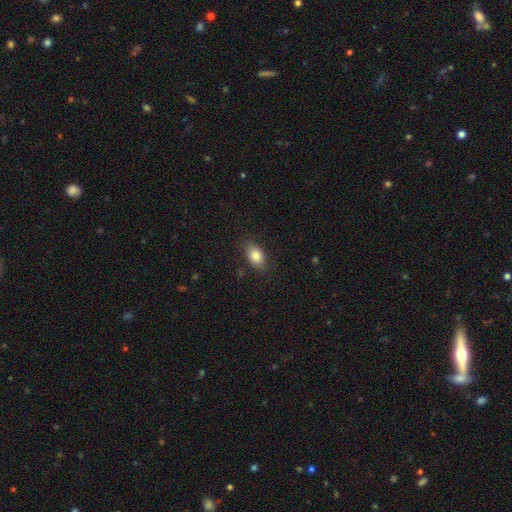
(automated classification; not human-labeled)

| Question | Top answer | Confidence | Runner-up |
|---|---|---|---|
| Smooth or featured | smooth | 82% | featured or disk (10%) |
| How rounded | in between | 82% | round (16%) |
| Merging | none | 82% | minor disturbance (14%) |